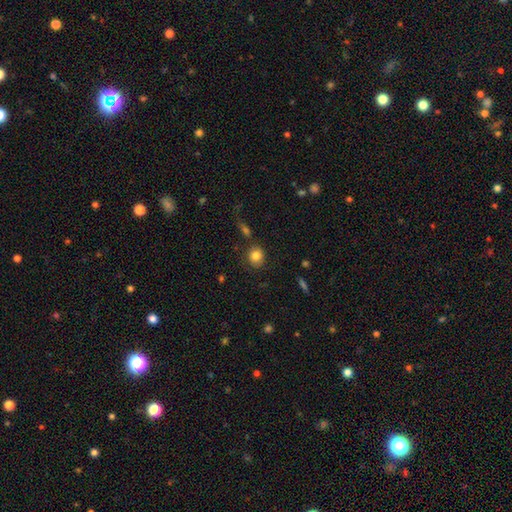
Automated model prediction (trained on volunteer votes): Smooth or featured: smooth — 82% (star or artifact — 9%)
How rounded: round — 76% (in between — 23%)
Merging: none — 77% (minor disturbance — 14%)